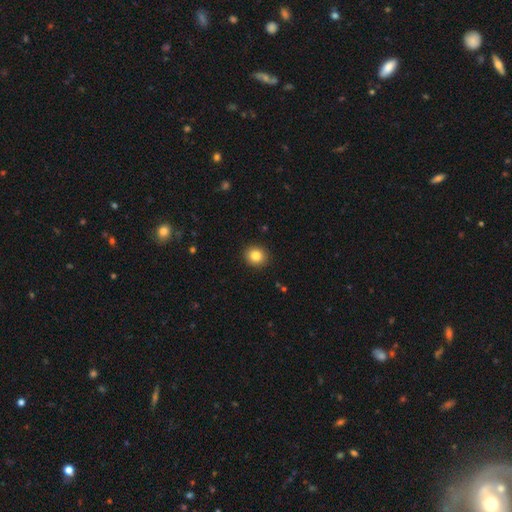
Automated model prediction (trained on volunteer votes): Smooth or featured?
  - smooth: 84% *
  - star or artifact: 10%
  - featured or disk: 6%
How rounded?
  - round: 84% *
  - in between: 15%
  - cigar-shaped: 1%
Merging?
  - none: 92% *
  - minor disturbance: 6%
  - major disturbance: 2%
  - merger: 1%